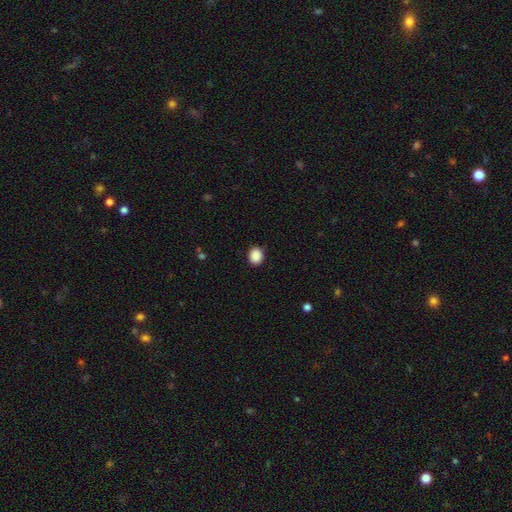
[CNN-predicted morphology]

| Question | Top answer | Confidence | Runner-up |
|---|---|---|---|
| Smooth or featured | smooth | 89% | star or artifact (8%) |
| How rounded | round | 62% | in between (37%) |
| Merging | none | 89% | minor disturbance (8%) |